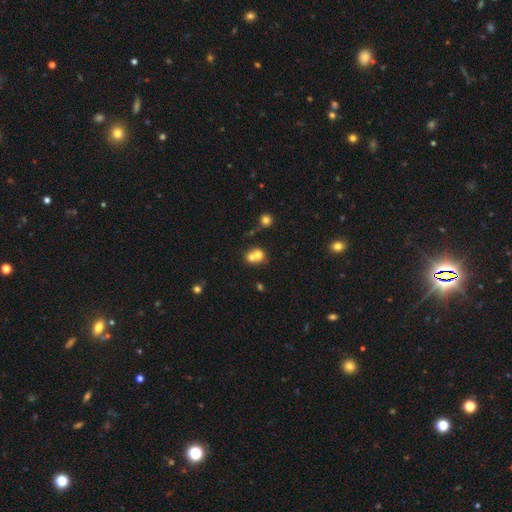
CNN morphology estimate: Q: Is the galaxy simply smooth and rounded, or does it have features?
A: smooth — 67%.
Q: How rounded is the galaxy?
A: round — 71%.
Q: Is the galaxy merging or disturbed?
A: merger — 62%.